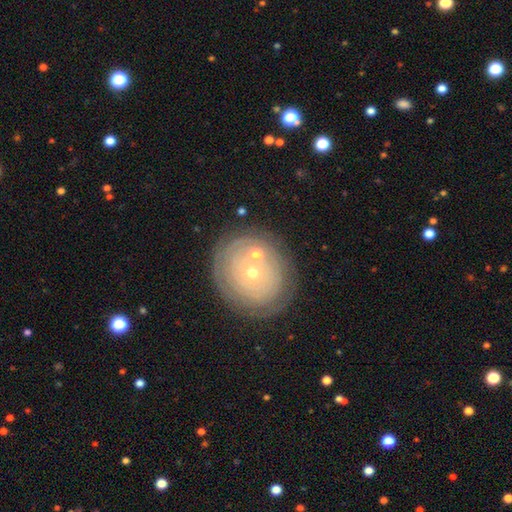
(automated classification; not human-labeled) Morphology: type=featured or disk (66%); edge-on=no (96%); bar=no (89%); spiral arms=yes (65%); bulge=small (51%); merging=none (66%).